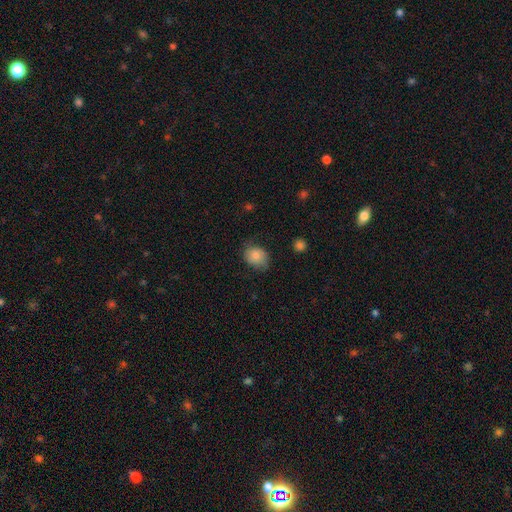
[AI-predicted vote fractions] Smooth or featured?
  - smooth: 76% *
  - featured or disk: 16%
  - star or artifact: 8%
How rounded?
  - in between: 50% *
  - round: 49%
  - cigar-shaped: 1%
Merging?
  - none: 63% *
  - minor disturbance: 28%
  - major disturbance: 8%
  - merger: 1%